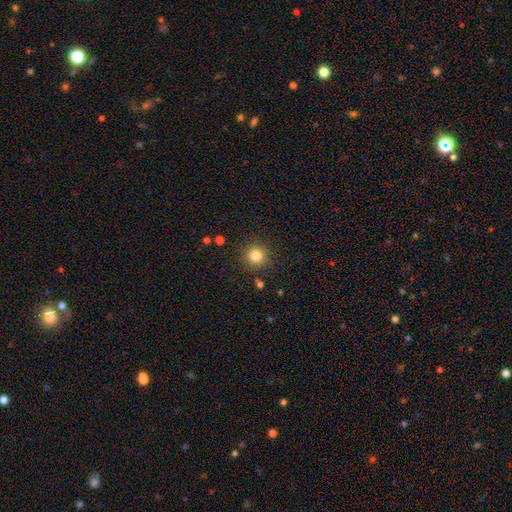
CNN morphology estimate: Smooth or featured: smooth — 82% (star or artifact — 13%)
How rounded: round — 94% (in between — 5%)
Merging: none — 89% (minor disturbance — 6%)